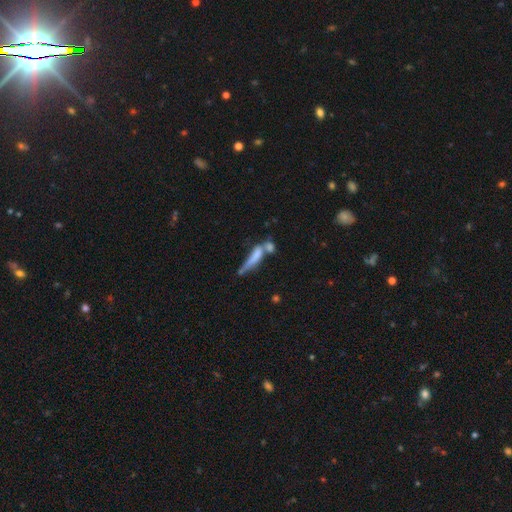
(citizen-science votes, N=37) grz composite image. It shows a smooth galaxy with no disk features (65%) that is cigar-shaped (79%). Merging: merger (69%).